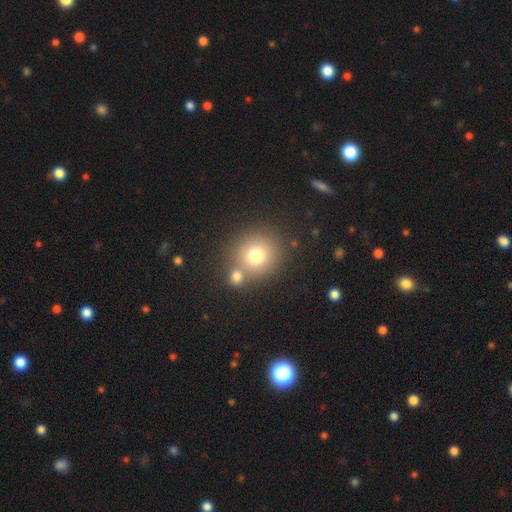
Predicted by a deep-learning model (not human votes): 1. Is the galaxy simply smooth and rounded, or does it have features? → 75% smooth, 13% star or artifact, 12% featured or disk.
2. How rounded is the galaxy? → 89% round, 10% in between, 1% cigar-shaped.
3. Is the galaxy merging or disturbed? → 63% none, 25% merger, 8% minor disturbance, 3% major disturbance.